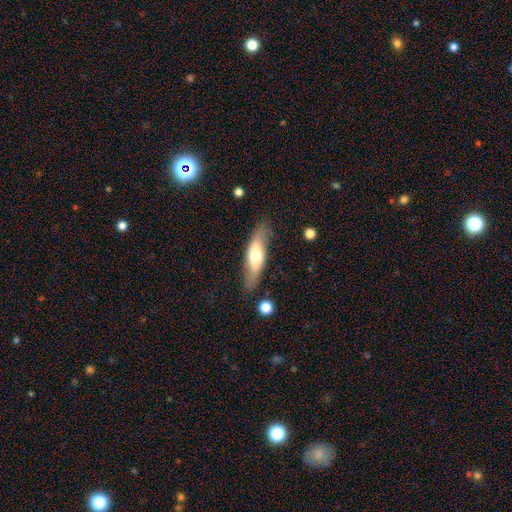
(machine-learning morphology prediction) A smooth galaxy with no disk features (51%) that is cigar-shaped (51%). Merging: none (77%).